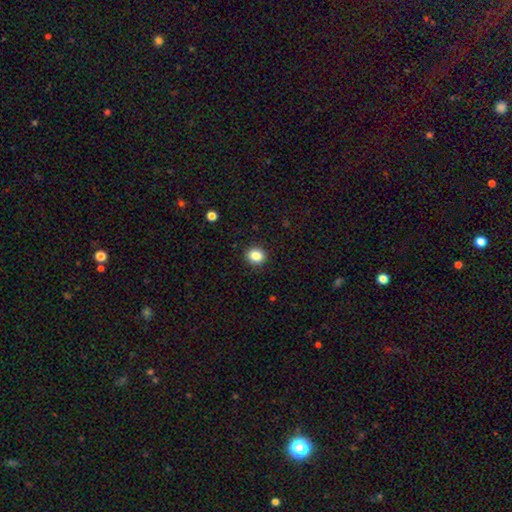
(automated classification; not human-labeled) A smooth galaxy with no disk features (85%) that is round (75%).

Vote fractions:
- Smooth or featured? smooth: 85% / star or artifact: 10% / featured or disk: 5%
- How rounded? round: 75% / in between: 24% / cigar-shaped: 1%
- Merging? none: 91% / minor disturbance: 6% / major disturbance: 2% / merger: 1%